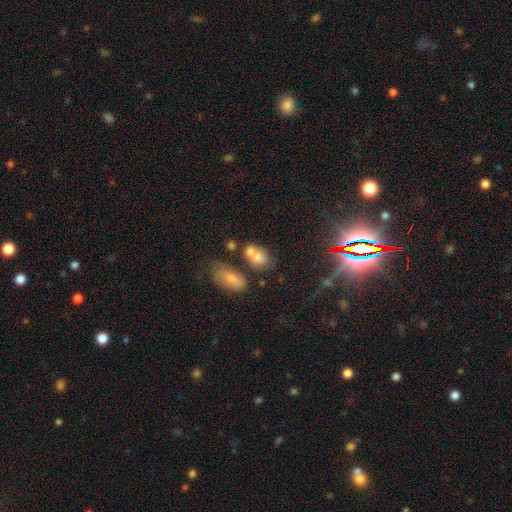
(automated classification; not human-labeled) Overall: smooth (73%). How rounded: in between (69%). Merging: merger (48%; none 32%).